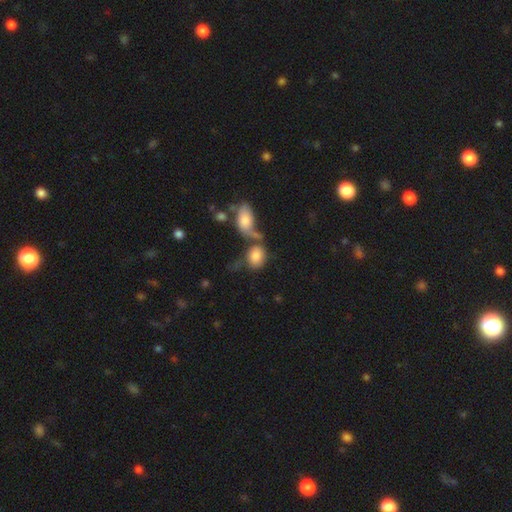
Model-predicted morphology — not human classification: smooth_or_featured: smooth (p=0.81) [alt: featured or disk p=0.11]
how_rounded: in between (p=0.62) [alt: round p=0.36]
merging: merger (p=0.46) [alt: none p=0.29]